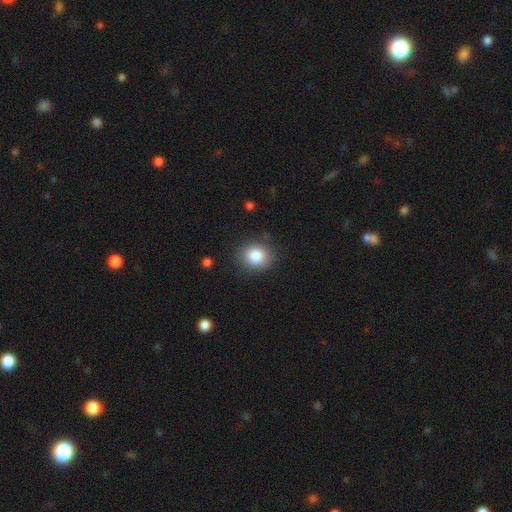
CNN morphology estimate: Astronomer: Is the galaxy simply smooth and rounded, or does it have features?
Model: smooth — 85%.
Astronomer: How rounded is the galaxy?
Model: round — 75%.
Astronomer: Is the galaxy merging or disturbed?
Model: none — 86%.